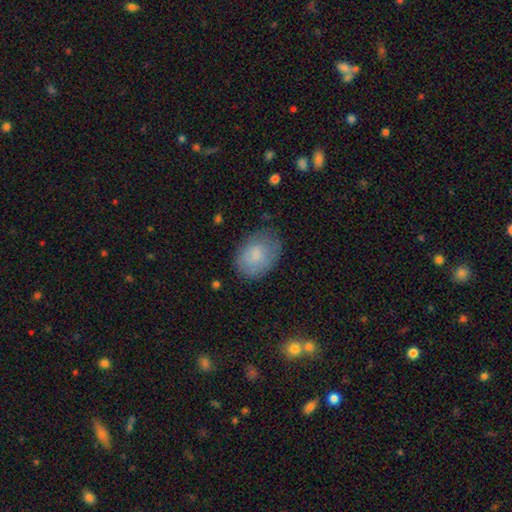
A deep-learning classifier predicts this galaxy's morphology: smooth_or_featured: smooth (p=0.78) [alt: featured or disk p=0.15]
how_rounded: in between (p=0.76) [alt: round p=0.23]
merging: none (p=0.70) [alt: minor disturbance p=0.22]